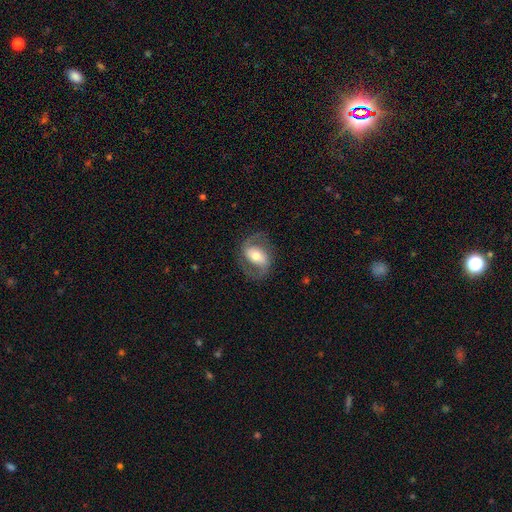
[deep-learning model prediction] Morphology: type=featured or disk (72%); edge-on=no (96%); bar=weak (36%); spiral arms=yes (86%); winding=medium (51%); arm count=2 (89%); bulge=moderate (62%); merging=none (75%).